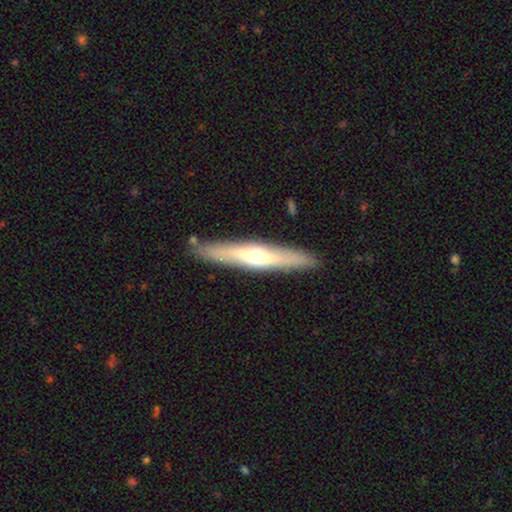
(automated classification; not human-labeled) A featured or disk galaxy (57%) viewed edge-on (89%) with a rounded central bulge (86%). Merging: none (88%).